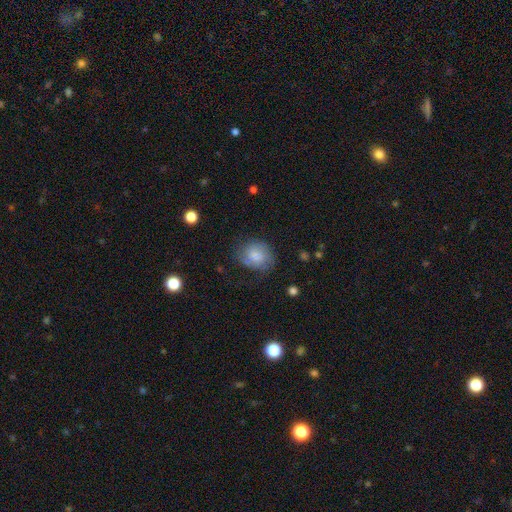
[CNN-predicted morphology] smooth_or_featured: smooth (p=0.73) [alt: featured or disk p=0.19]
how_rounded: round (p=0.64) [alt: in between p=0.35]
merging: none (p=0.59) [alt: minor disturbance p=0.27]